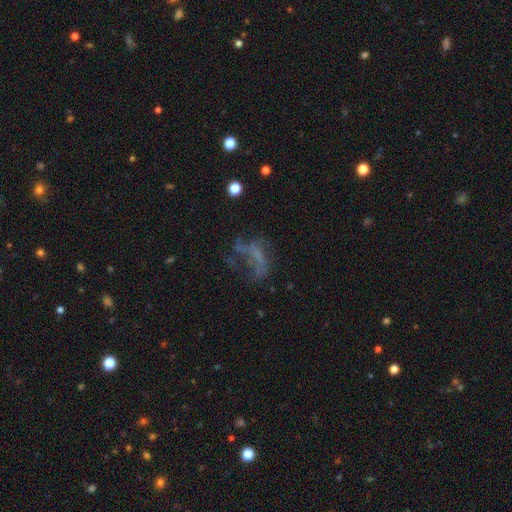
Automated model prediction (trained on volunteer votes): Overall: featured or disk (50%; smooth 25%). Merging: major disturbance (44%; none 35%).